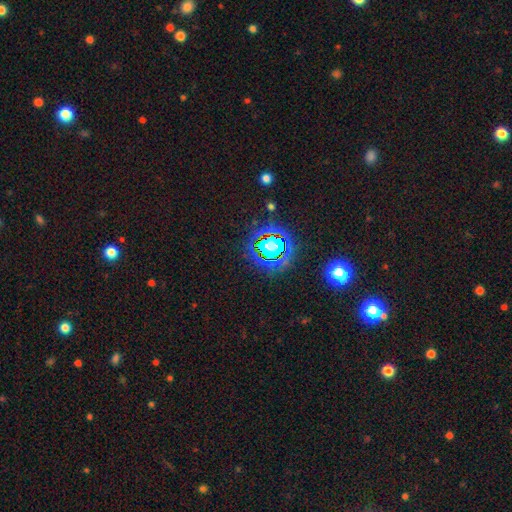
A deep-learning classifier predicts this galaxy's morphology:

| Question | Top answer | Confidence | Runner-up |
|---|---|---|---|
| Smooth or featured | star or artifact | 81% | smooth (12%) |